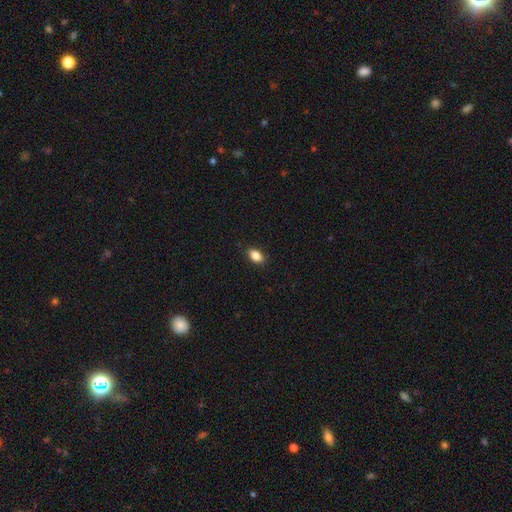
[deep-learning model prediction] Smooth or featured? smooth (86%)
How rounded? in between (88%)
Merging? none (89%)